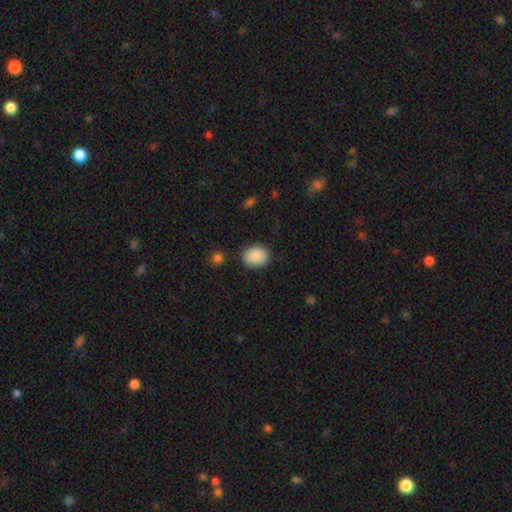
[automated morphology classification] type=smooth (88%); roundness=round (52%); merging=none (82%).